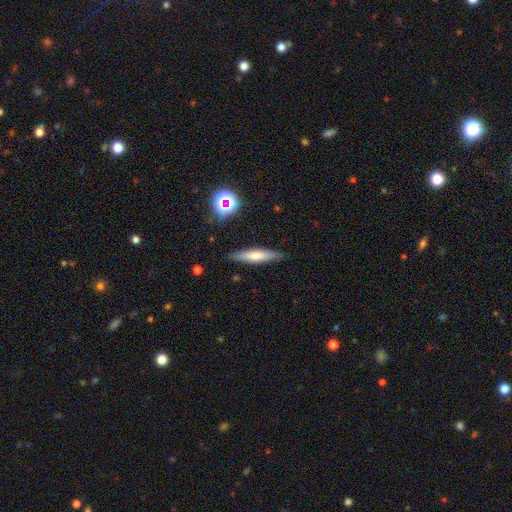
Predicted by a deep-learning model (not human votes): Smooth or featured? smooth (62%)
How rounded? cigar-shaped (85%)
Merging? none (87%)